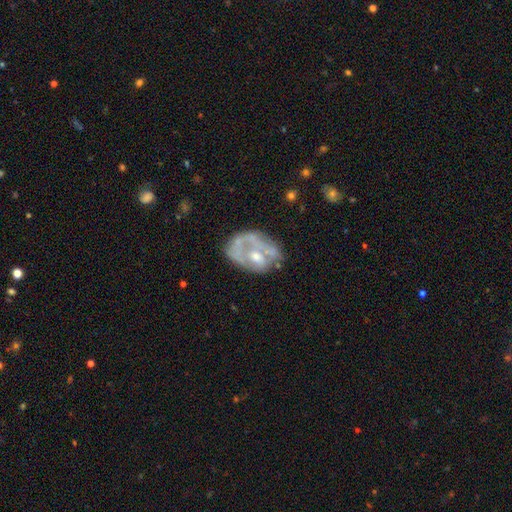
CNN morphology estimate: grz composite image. It shows a featured or disk galaxy (64%) with no bar (76%), no spiral arms (70%) and a moderate central bulge (54%). Merging: none (38%).